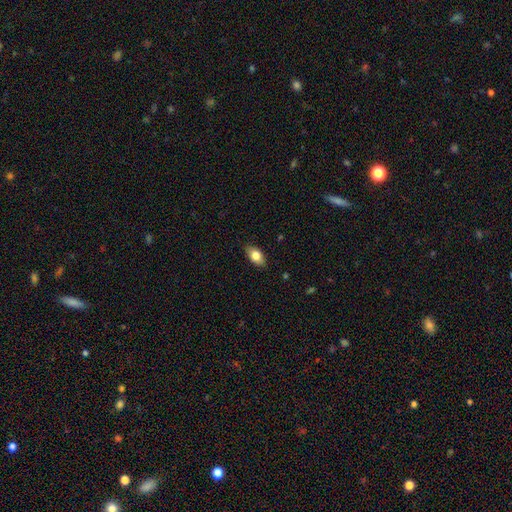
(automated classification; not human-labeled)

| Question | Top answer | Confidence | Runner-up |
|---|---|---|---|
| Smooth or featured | smooth | 81% | featured or disk (12%) |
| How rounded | in between | 90% | round (6%) |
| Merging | none | 86% | minor disturbance (11%) |